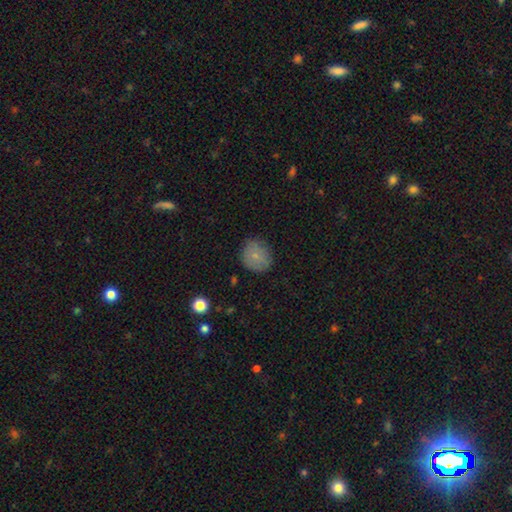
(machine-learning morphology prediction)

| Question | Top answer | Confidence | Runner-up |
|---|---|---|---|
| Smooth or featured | smooth | 76% | featured or disk (15%) |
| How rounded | round | 77% | in between (22%) |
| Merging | none | 80% | minor disturbance (16%) |